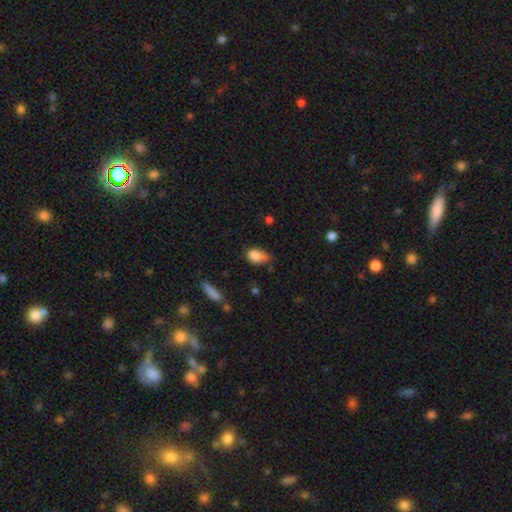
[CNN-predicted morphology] A smooth galaxy with no disk features (83%) that is in between round and cigar-shaped (79%). Merging: minor disturbance (43%).